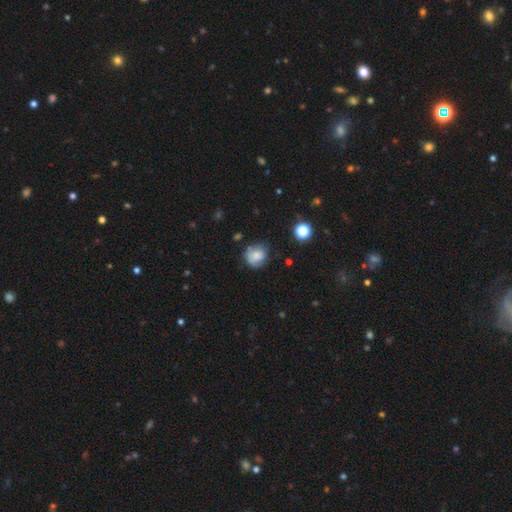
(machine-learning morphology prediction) smooth-or-featured: smooth: 69% | featured or disk: 21% | star or artifact: 10%
  how-rounded: round: 77% | in between: 22% | cigar-shaped: 1%
  merging: none: 63% | minor disturbance: 26% | major disturbance: 9% | merger: 3%